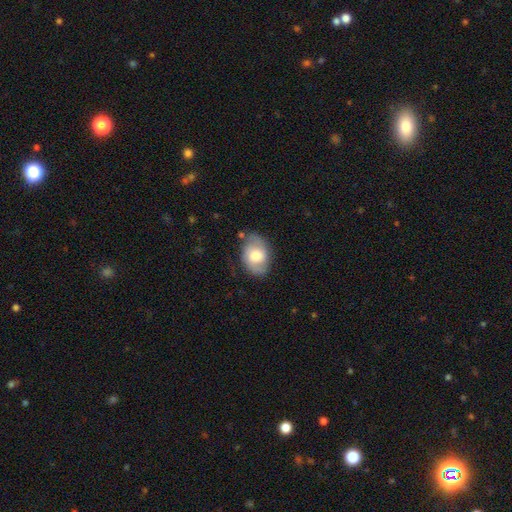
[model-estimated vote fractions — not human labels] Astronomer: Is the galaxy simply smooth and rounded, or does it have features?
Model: smooth — 59% (runner-up: featured or disk, 35%).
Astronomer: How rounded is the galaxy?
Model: in between — 82%.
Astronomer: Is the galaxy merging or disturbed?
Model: none — 70%.